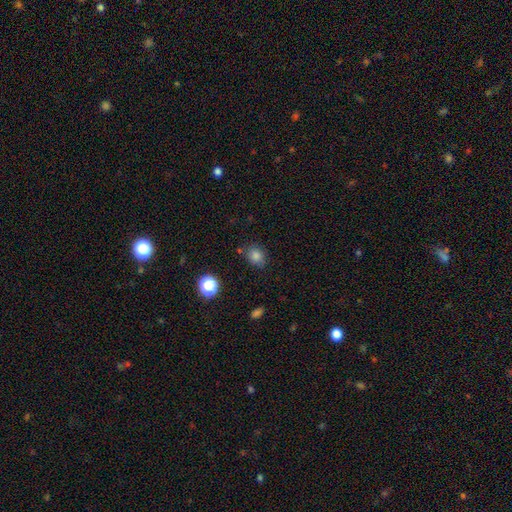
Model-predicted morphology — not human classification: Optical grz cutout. It shows a smooth galaxy with no disk features (81%) that is round (60%). Merging: none (76%).